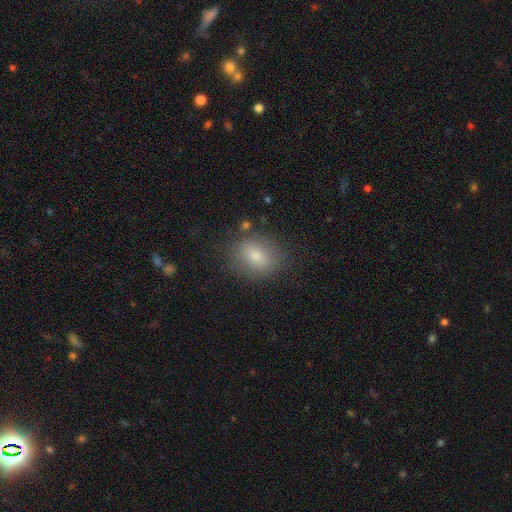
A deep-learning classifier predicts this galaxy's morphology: Smooth or featured: smooth — 76% (featured or disk — 13%)
How rounded: in between — 59% (round — 40%)
Merging: none — 82% (minor disturbance — 12%)